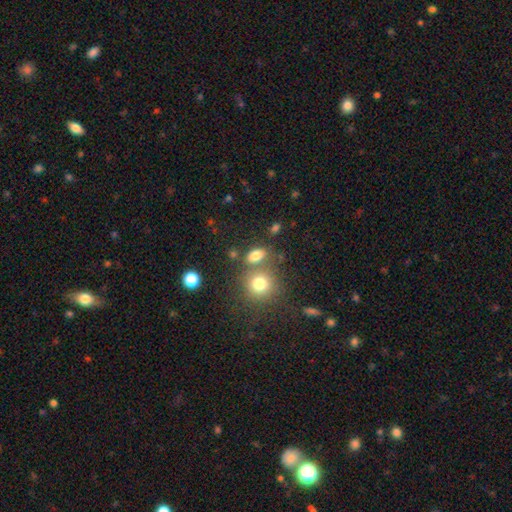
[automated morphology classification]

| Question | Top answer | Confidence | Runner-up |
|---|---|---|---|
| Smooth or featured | smooth | 79% | star or artifact (13%) |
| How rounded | in between | 76% | round (20%) |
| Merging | none | 63% | merger (21%) |